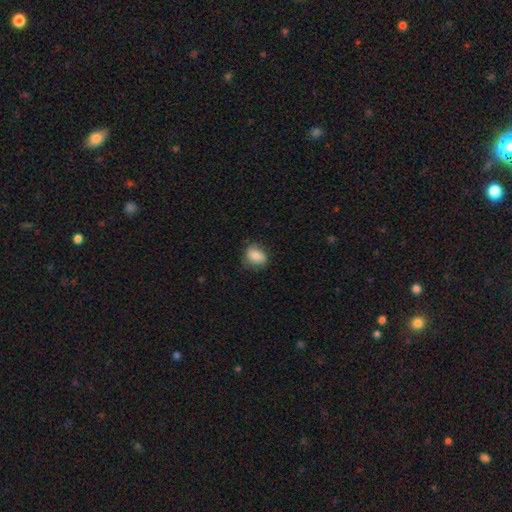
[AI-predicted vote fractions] The model was most divided on "how rounded": in between: 50%, round: 49%, cigar-shaped: 1%. More confident: smooth or featured — smooth (80%); merging — none (73%).